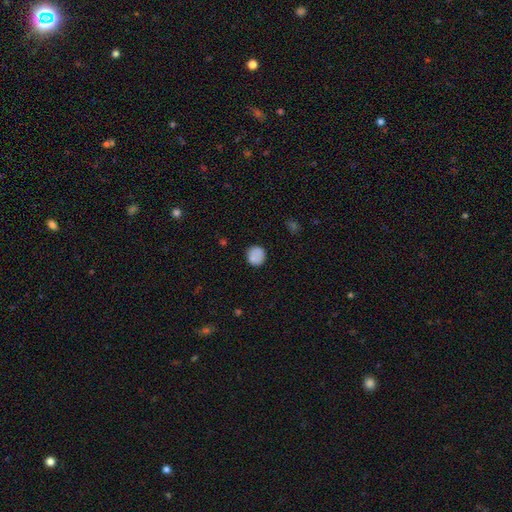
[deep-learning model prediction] Smooth or featured? smooth (83%)
How rounded? round (88%)
Merging? none (81%)